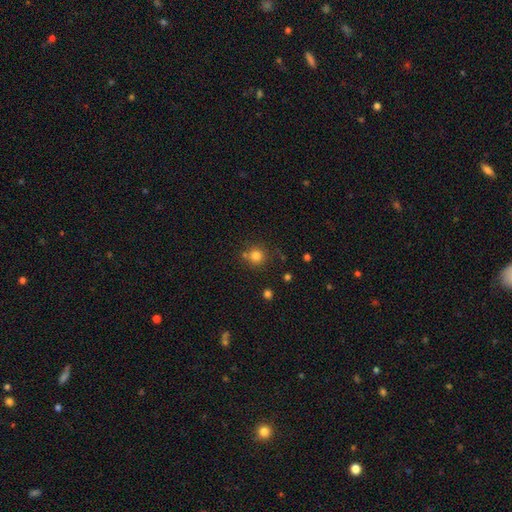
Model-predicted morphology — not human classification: This is likely a smooth galaxy (80%). How rounded: clearly round (93%). Merging: likely none (75%).